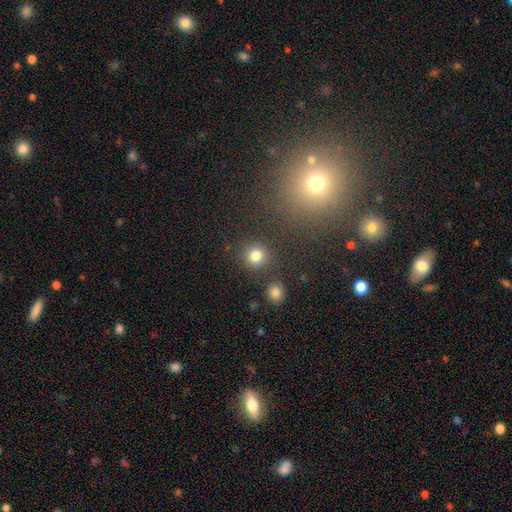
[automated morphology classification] Smooth or featured: smooth — 81% (star or artifact — 13%)
How rounded: round — 91% (in between — 8%)
Merging: none — 86% (minor disturbance — 7%)